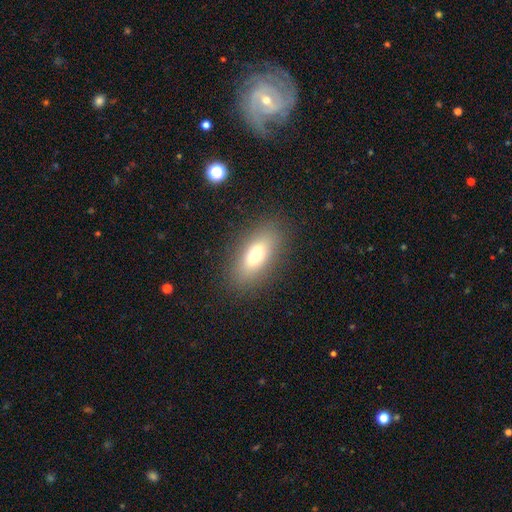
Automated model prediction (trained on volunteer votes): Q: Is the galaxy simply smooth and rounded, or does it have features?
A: smooth — 71%.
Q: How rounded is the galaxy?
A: in between — 78%.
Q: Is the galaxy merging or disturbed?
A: none — 86%.